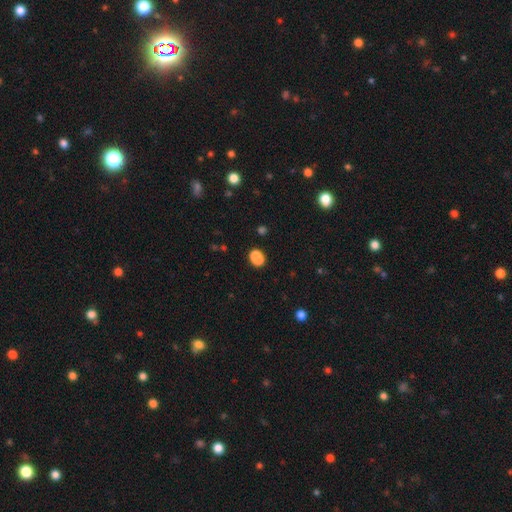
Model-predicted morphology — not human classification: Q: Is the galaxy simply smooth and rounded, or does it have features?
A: smooth — 80%.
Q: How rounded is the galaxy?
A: in between — 63%.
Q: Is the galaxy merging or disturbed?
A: none — 54%.